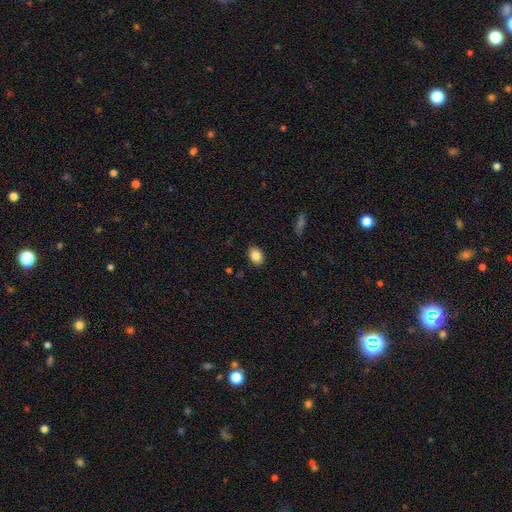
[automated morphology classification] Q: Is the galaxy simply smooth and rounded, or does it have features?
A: smooth — 85%.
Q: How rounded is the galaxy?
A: in between — 75%.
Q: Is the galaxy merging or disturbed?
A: none — 89%.